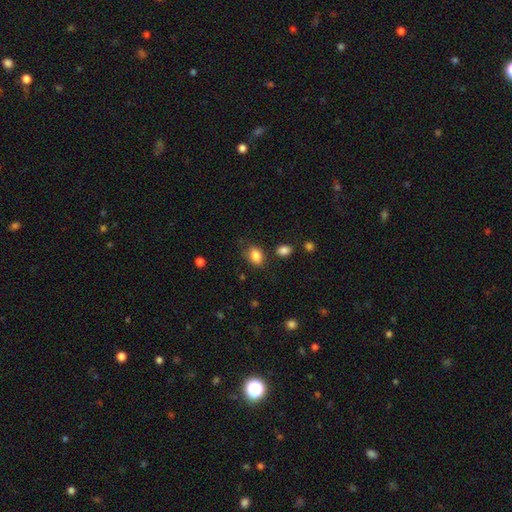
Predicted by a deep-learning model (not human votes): Overall: smooth (85%). How rounded: in between (73%). Merging: none (74%).